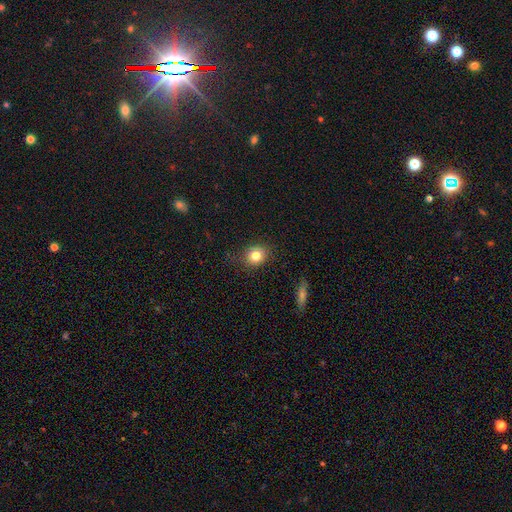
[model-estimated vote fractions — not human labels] Overall: smooth (80%). How rounded: round (71%). Merging: none (85%).